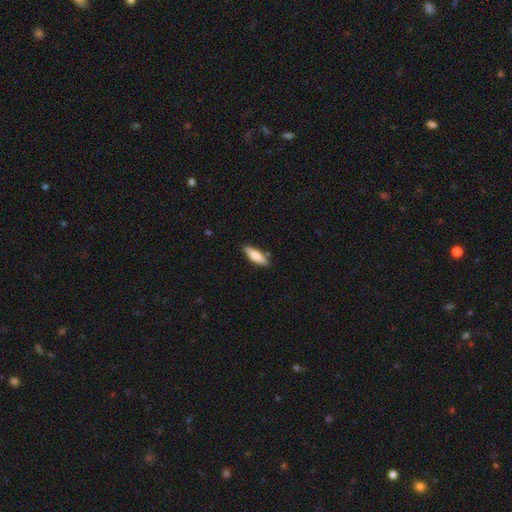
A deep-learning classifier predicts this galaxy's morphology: smooth_or_featured: smooth (p=0.77) [alt: featured or disk p=0.18]
how_rounded: in between (p=0.49) [tied with: cigar-shaped p=0.49]
merging: none (p=0.83) [alt: minor disturbance p=0.12]